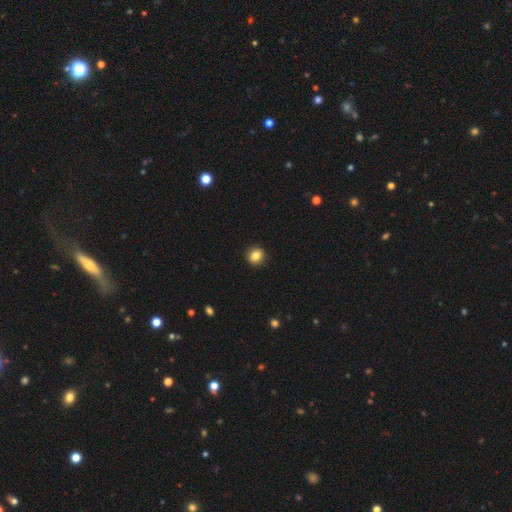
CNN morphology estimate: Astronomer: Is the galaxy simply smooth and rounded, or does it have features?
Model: smooth — 84%.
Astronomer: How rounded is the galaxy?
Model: round — 86%.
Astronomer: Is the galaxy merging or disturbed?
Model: none — 92%.